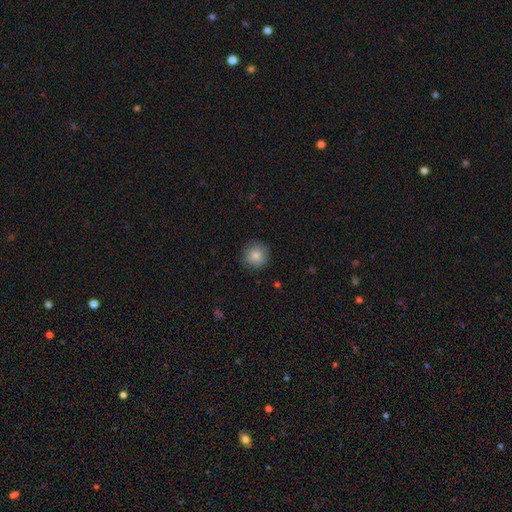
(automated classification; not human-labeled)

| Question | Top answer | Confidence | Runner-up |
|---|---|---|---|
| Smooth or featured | smooth | 84% | star or artifact (9%) |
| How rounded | round | 94% | in between (5%) |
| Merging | none | 87% | minor disturbance (10%) |